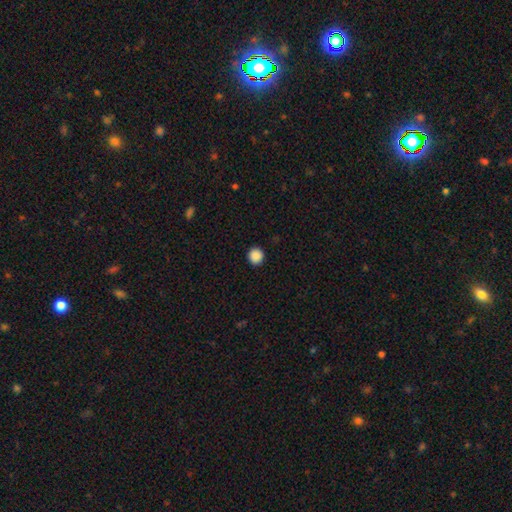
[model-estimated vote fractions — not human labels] A smooth galaxy with no disk features (89%) that is round (93%).

Vote fractions:
- Smooth or featured? smooth: 89% / star or artifact: 9% / featured or disk: 2%
- How rounded? round: 93% / in between: 6% / cigar-shaped: 1%
- Merging? none: 93% / minor disturbance: 4% / major disturbance: 2% / merger: 1%